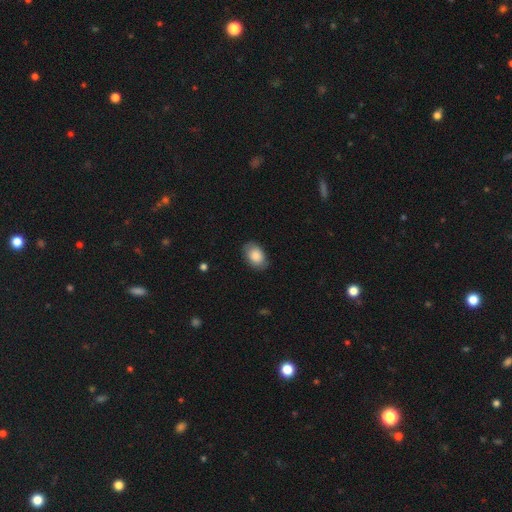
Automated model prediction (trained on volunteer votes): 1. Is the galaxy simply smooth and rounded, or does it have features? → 85% smooth, 8% featured or disk, 6% star or artifact.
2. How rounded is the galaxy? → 87% in between, 12% round, 1% cigar-shaped.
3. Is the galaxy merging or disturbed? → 82% none, 14% minor disturbance, 3% major disturbance, 1% merger.